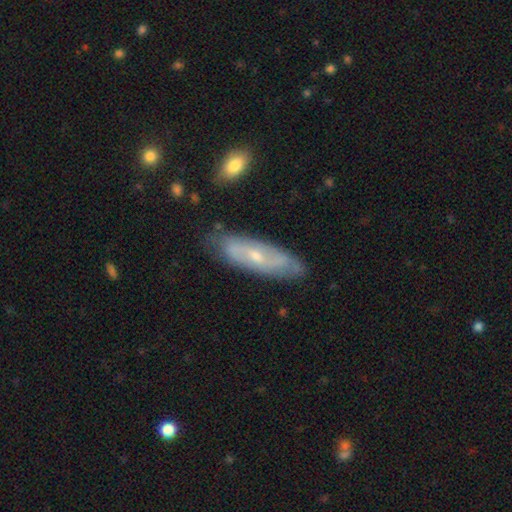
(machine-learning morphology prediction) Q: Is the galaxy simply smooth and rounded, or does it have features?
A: featured or disk — 65%.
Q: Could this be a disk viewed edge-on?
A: no — 77%.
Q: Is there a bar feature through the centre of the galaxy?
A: no — 51%.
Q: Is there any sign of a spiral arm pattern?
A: yes — 74%.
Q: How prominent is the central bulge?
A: small — 61%.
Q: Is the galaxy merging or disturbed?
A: none — 77%.